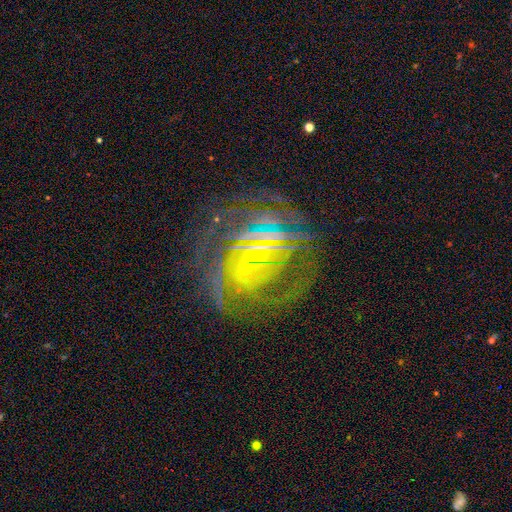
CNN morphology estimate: Smooth or featured? Predicted: featured or disk (p=0.77). Edge-on disk? Predicted: no (p=0.95). Bar? Predicted: weak (p=0.37). Spiral arms? Predicted: yes (p=0.93). Spiral winding? Predicted: tight (p=0.67). Spiral arm count? Predicted: can't tell (p=0.30). Bulge size? Predicted: small (p=0.74). Merging? Predicted: none (p=0.73).